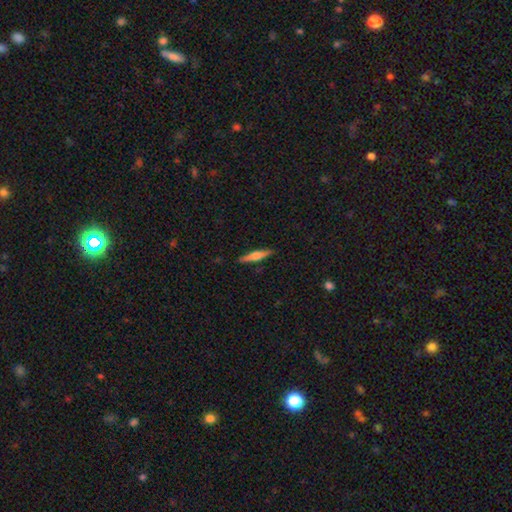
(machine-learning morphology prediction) Smooth or featured? featured or disk (49%)
Merging? none (90%)